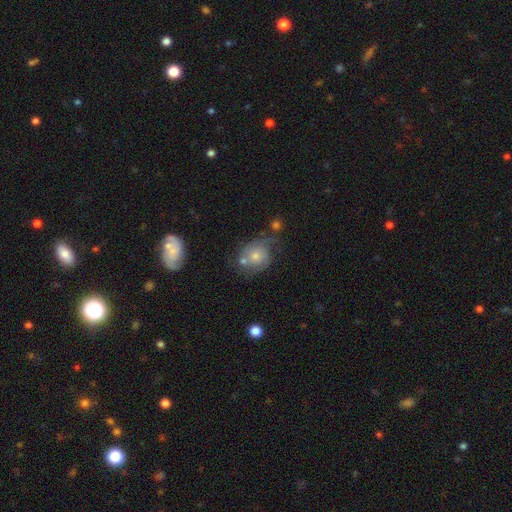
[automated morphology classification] Smooth or featured: featured or disk — 55% (smooth — 32%)
Edge-on disk: no — 96% (yes — 4%)
Bar: no — 80% (weak — 17%)
Spiral arms: yes — 82% (no — 18%)
Bulge size: moderate — 45% (tied with small — 45%)
Merging: none — 50% (minor disturbance — 22%)